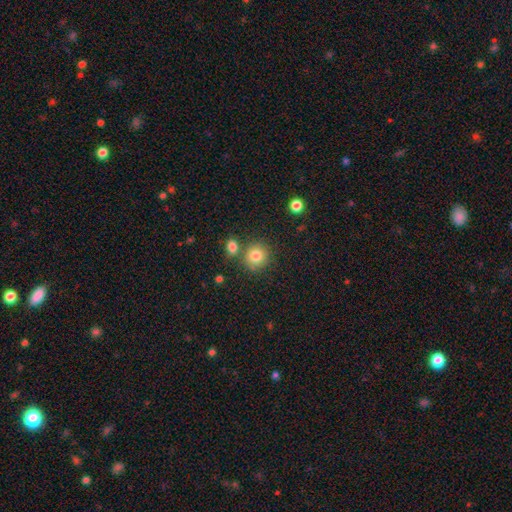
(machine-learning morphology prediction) Smooth or featured: smooth — 82% (star or artifact — 11%)
How rounded: round — 88% (in between — 11%)
Merging: none — 72% (merger — 15%)